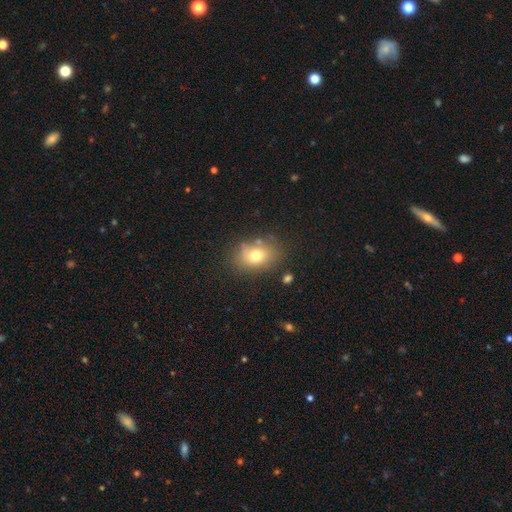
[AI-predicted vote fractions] Q: Smooth or featured?
A: smooth (72%); runner-up: featured or disk (16%)
Q: How rounded?
A: in between (66%); runner-up: round (33%)
Q: Merging?
A: none (71%); runner-up: minor disturbance (18%)